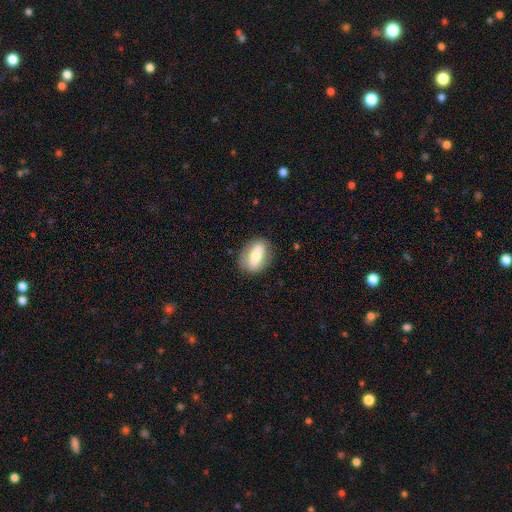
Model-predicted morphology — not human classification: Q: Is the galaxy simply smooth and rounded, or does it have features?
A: smooth — 63%.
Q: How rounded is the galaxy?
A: in between — 81%.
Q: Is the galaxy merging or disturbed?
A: none — 82%.